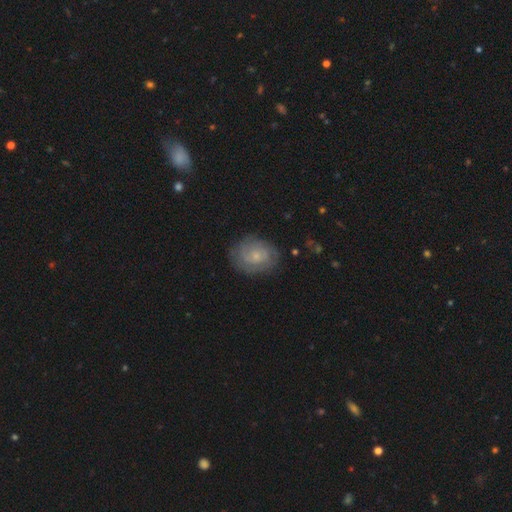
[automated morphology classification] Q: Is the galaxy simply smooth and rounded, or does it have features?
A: featured or disk — 50%.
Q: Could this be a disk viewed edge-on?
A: no — 97%.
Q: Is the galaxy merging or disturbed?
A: none — 77%.